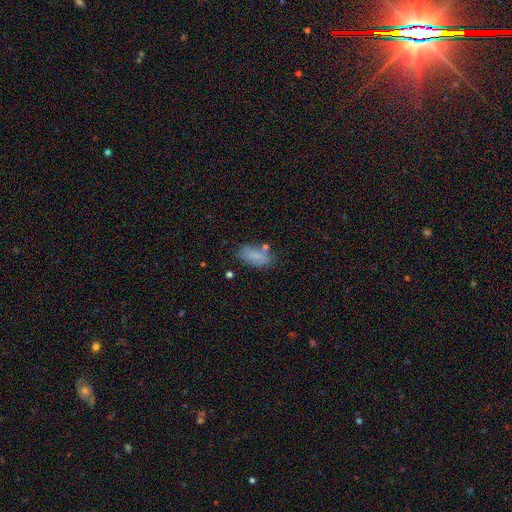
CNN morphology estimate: Q: Smooth or featured?
A: smooth (79%); runner-up: featured or disk (12%)
Q: How rounded?
A: in between (91%); runner-up: cigar-shaped (5%)
Q: Merging?
A: none (65%); runner-up: minor disturbance (20%)